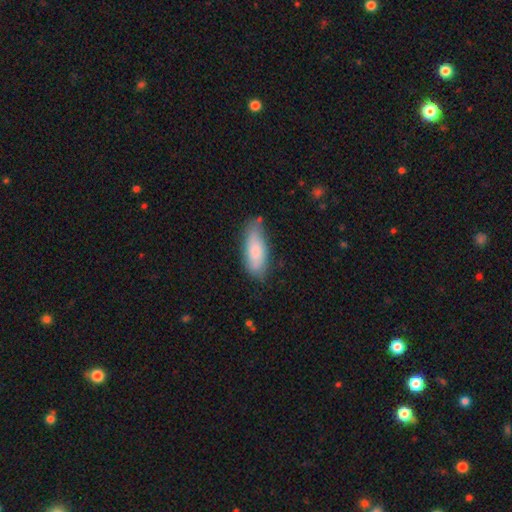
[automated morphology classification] type=smooth (79%); roundness=in between (73%); merging=none (65%).